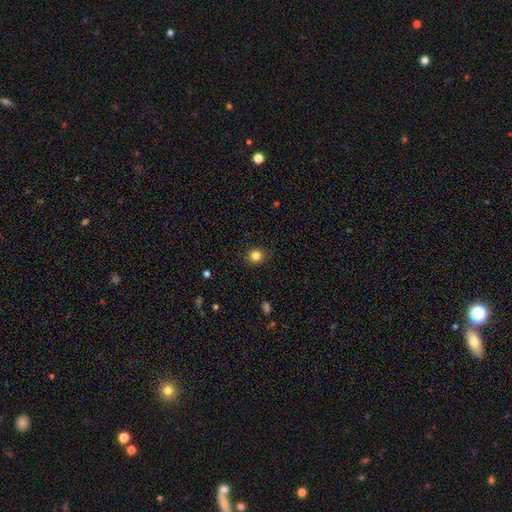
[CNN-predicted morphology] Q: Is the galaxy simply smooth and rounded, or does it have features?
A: smooth — 84%.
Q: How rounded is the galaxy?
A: round — 88%.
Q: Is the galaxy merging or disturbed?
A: none — 90%.